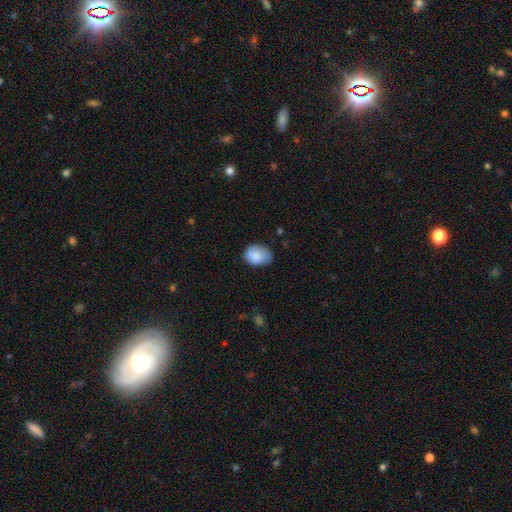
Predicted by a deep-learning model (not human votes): The model was most divided on "merging": none: 61%, minor disturbance: 31%, major disturbance: 6%, merger: 2%. More confident: smooth or featured — smooth (83%); how rounded — in between (70%).